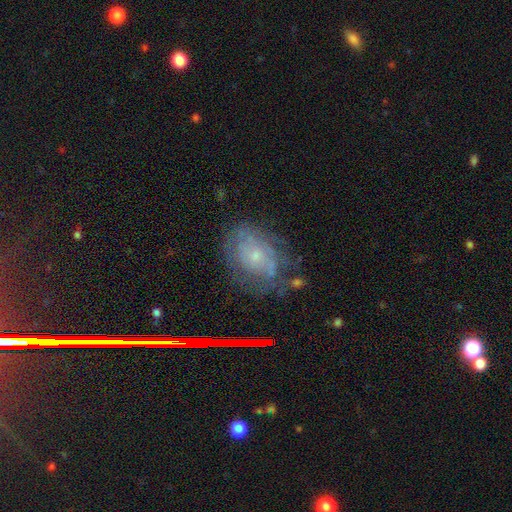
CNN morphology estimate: featured or disk 54%, smooth 31%, star or artifact 14%. Down the decision tree: edge-on disk — no (95%); bar — no (81%); spiral arms — yes (66%); bulge size — small (67%); merging — none (62%).